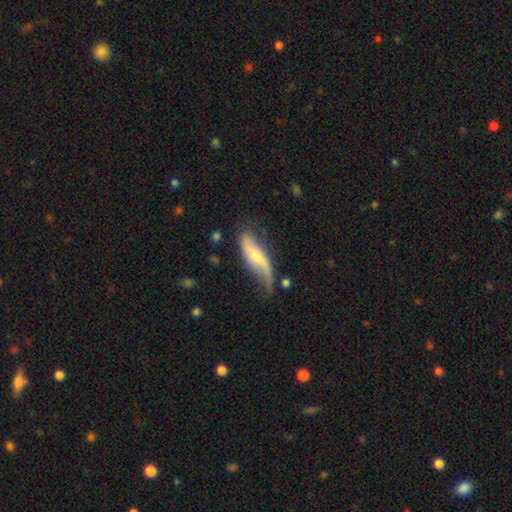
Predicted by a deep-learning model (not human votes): This is likely a featured or disk galaxy (63%). It is likely not viewed edge-on (77%). Merging: possibly none (46%).